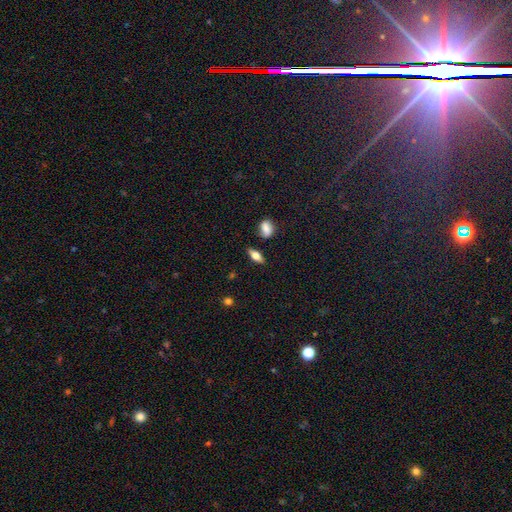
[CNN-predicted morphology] smooth_or_featured: smooth (p=0.60) [alt: featured or disk p=0.32]
how_rounded: in between (p=0.73) [alt: cigar-shaped p=0.21]
merging: none (p=0.82) [alt: minor disturbance p=0.12]